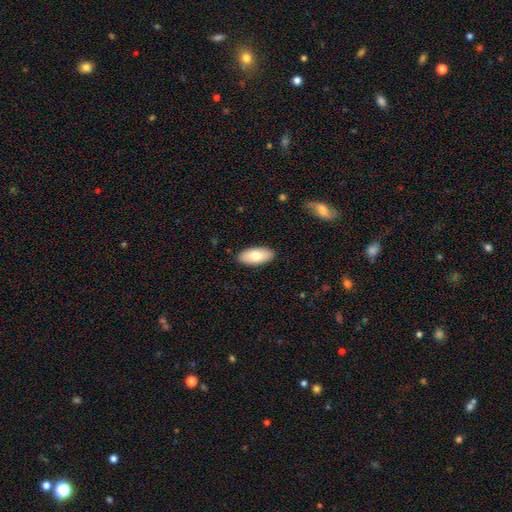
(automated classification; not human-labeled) Smooth or featured: smooth — 77% (featured or disk — 17%)
How rounded: in between — 92% (cigar-shaped — 6%)
Merging: none — 89% (minor disturbance — 8%)